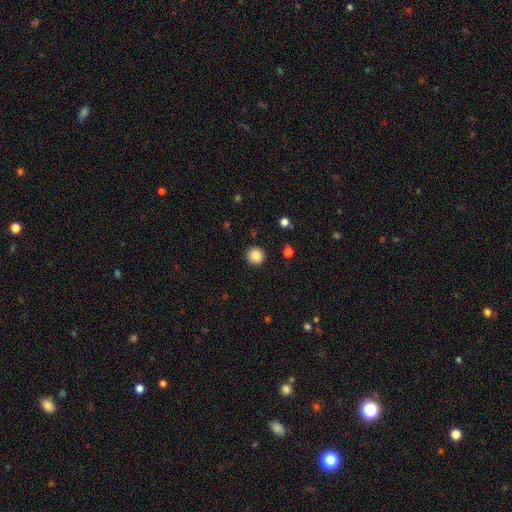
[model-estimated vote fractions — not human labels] Smooth or featured? Predicted: smooth (p=0.88). How rounded? Predicted: round (p=0.94). Merging? Predicted: none (p=0.91).